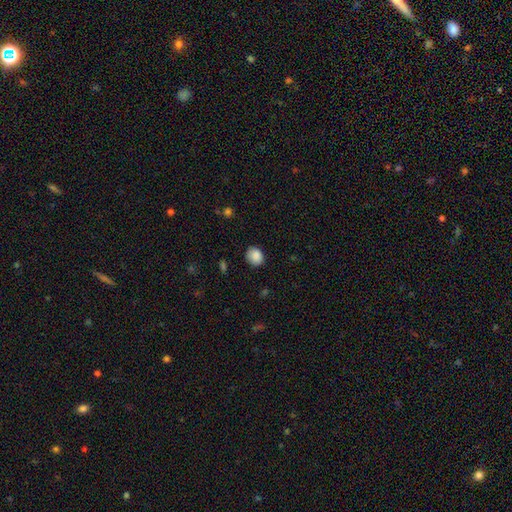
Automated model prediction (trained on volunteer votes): The model was most divided on "how rounded": round: 61%, in between: 39%, cigar-shaped: 1%. More confident: smooth or featured — smooth (88%); merging — none (82%).